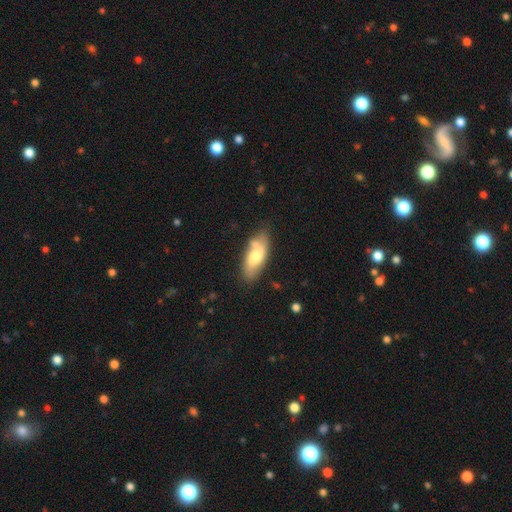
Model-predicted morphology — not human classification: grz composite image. It shows a smooth galaxy with no disk features (64%) that is in between round and cigar-shaped (81%). Merging: none (69%).